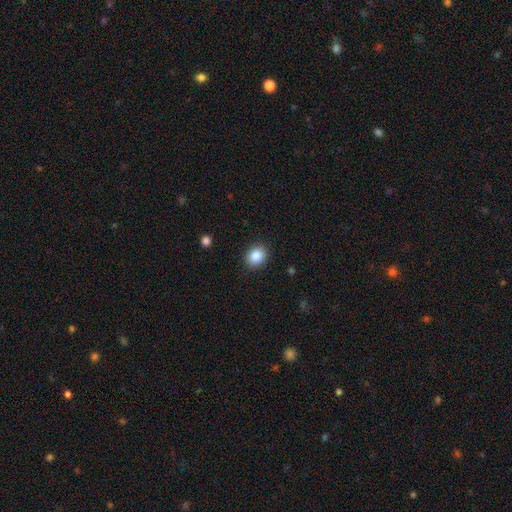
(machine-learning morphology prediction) smooth_or_featured: smooth (p=0.86) [alt: star or artifact p=0.09]
how_rounded: round (p=0.59) [alt: in between p=0.41]
merging: none (p=0.89) [alt: minor disturbance p=0.08]